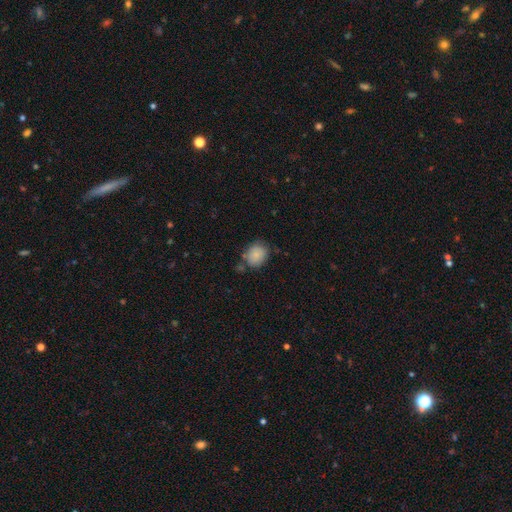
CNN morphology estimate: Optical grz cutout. It shows a smooth galaxy with no disk features (86%) that is round (63%). Merging: none (68%).